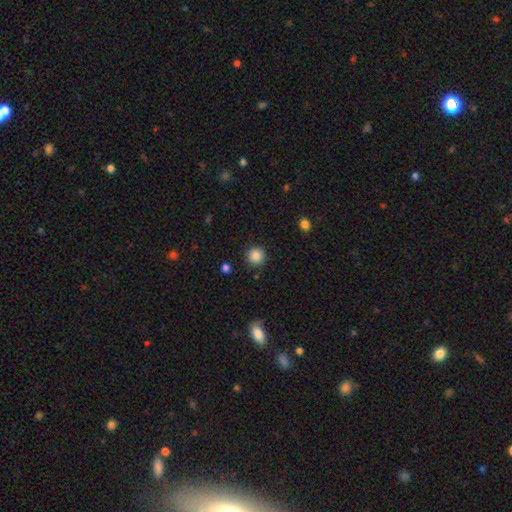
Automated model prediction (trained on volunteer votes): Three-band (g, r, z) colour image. It shows a smooth galaxy with no disk features (86%) that is round (94%). Merging: none (90%).